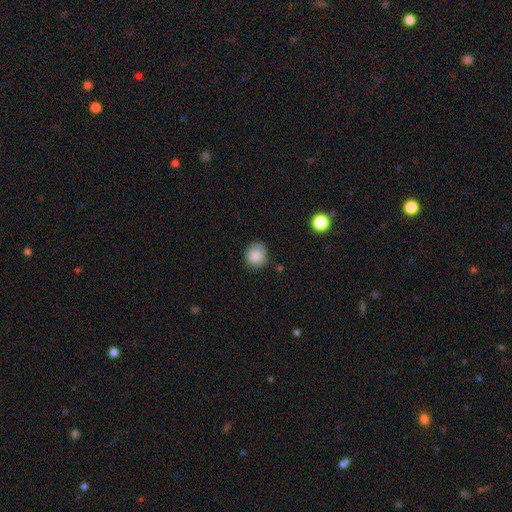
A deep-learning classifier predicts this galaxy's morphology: This is clearly a smooth galaxy (86%). How rounded: clearly round (81%). Merging: likely none (75%).